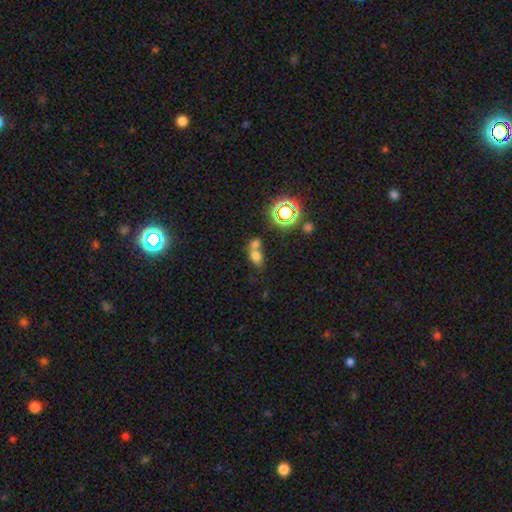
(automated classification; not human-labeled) Smooth or featured: smooth — 69% (star or artifact — 18%)
How rounded: in between — 69% (round — 28%)
Merging: merger — 57% (none — 29%)